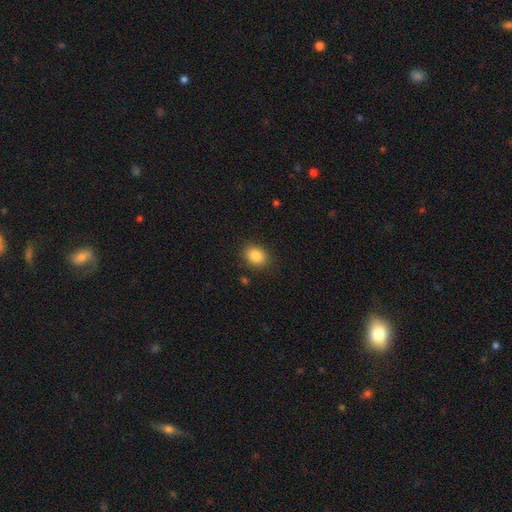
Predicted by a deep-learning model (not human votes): smooth 85%, star or artifact 9%, featured or disk 5%. Down the decision tree: how rounded — in between (51%); merging — none (87%).